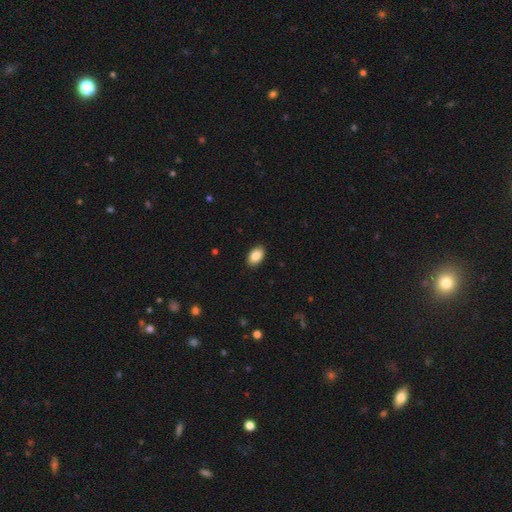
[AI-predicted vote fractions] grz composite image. It shows a smooth galaxy with no disk features (88%) that is in between round and cigar-shaped (90%). Merging: none (90%).